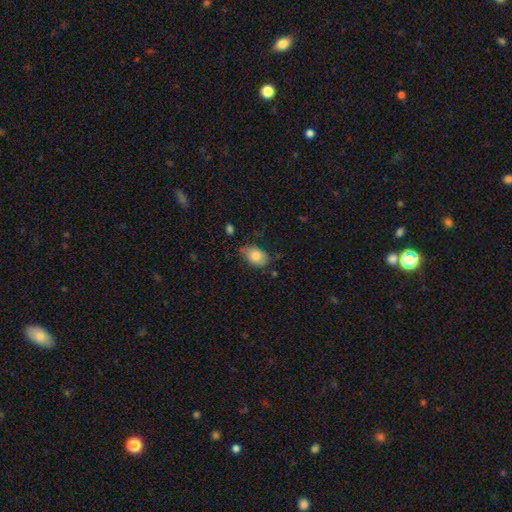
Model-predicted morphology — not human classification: Q: Smooth or featured?
A: smooth (81%); runner-up: featured or disk (11%)
Q: How rounded?
A: in between (87%); runner-up: round (12%)
Q: Merging?
A: none (70%); runner-up: minor disturbance (23%)